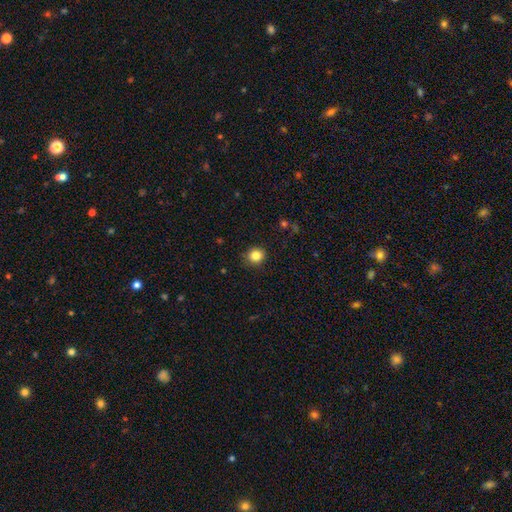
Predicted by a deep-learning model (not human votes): Smooth or featured? smooth (84%)
How rounded? round (86%)
Merging? none (89%)